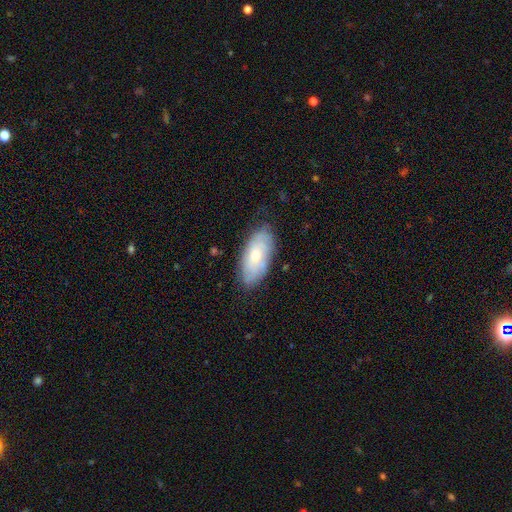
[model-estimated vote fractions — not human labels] A featured or disk galaxy (49%).

Vote fractions:
- Smooth or featured? featured or disk: 49% / smooth: 44% / star or artifact: 7%
- Merging? none: 78% / minor disturbance: 17% / major disturbance: 4% / merger: 1%